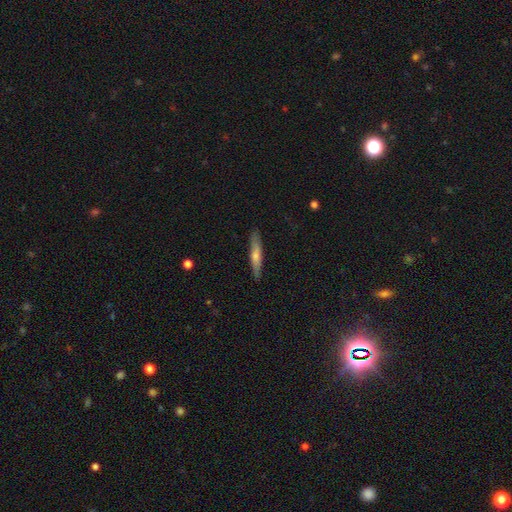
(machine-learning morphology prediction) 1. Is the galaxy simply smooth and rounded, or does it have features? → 48% featured or disk, 46% smooth, 6% star or artifact.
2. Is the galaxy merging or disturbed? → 87% none, 10% minor disturbance, 2% major disturbance, 1% merger.